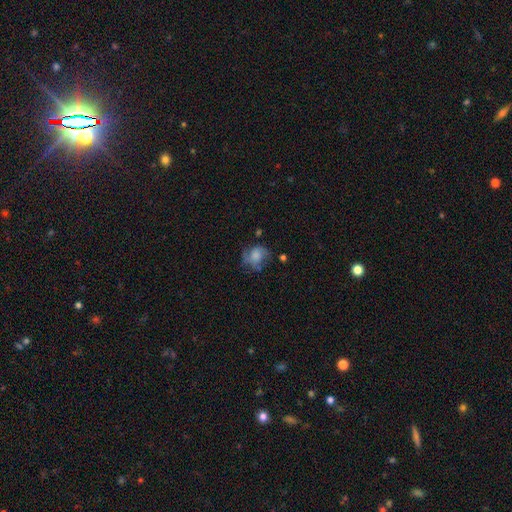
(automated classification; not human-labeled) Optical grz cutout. It shows a smooth galaxy with no disk features (51%) that is round (60%). Merging: none (49%).